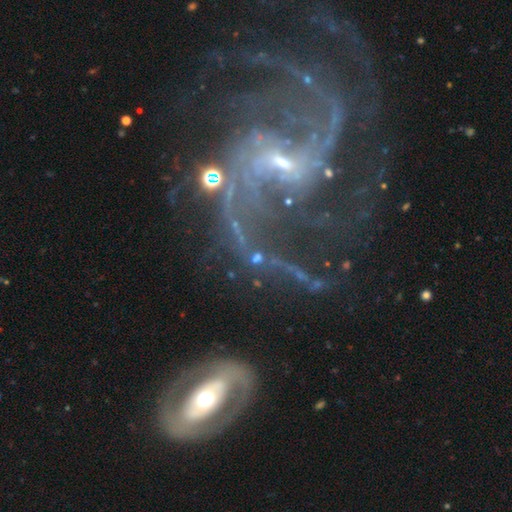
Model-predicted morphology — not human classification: This is clearly a featured or disk galaxy (82%). It is clearly not viewed edge-on (96%). Bar: marginally weak (37%). Spiral arm pattern: clearly yes (92%). Spiral arm count: possibly 2 (58%). Spiral winding: marginally loose (39%, tied with medium). Central bulge: likely small (64%). Merging: marginally none (43%).